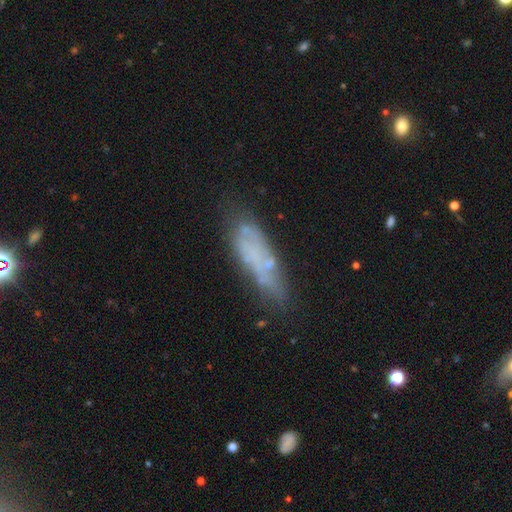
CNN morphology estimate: Smooth or featured: smooth — 45% (featured or disk — 44%)
Merging: none — 57% (minor disturbance — 25%)